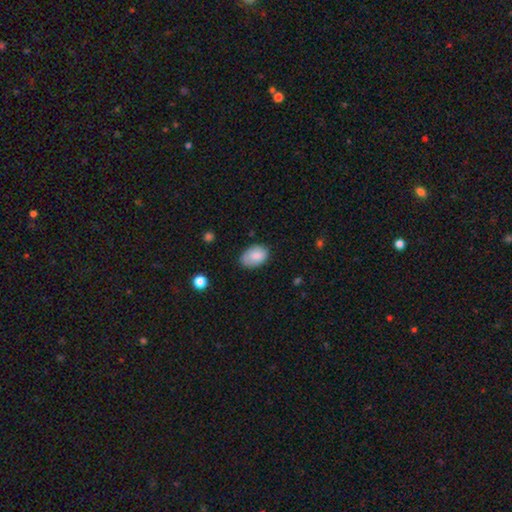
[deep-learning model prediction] smooth-or-featured: smooth: 85% | featured or disk: 8% | star or artifact: 7%
  how-rounded: in between: 89% | round: 10% | cigar-shaped: 1%
  merging: none: 73% | minor disturbance: 21% | major disturbance: 4% | merger: 1%